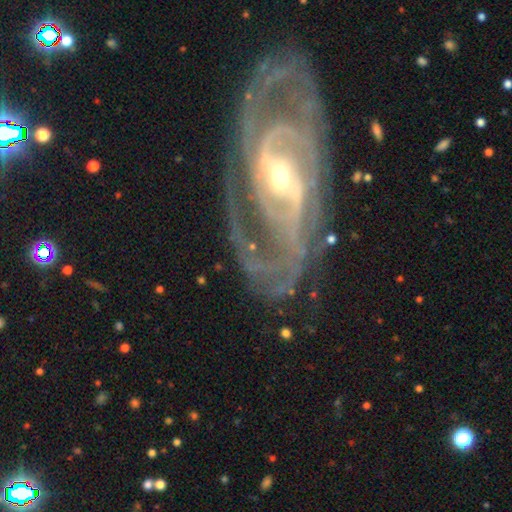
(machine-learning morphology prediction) The model was most divided on "bar": weak: 38%, strong: 34%, no: 28%. Remaining: spiral arms — yes (97%); edge-on disk — no (95%); smooth or featured — featured or disk (91%); merging — none (74%); bulge size — small (54%); spiral winding — tight (50%); spiral arm count — 2 (47%).